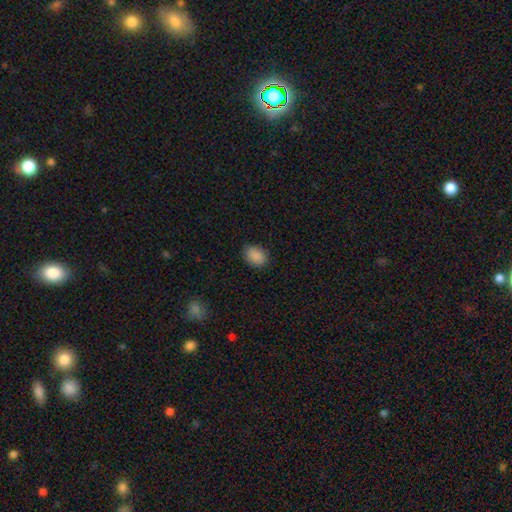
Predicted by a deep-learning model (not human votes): Overall: smooth (89%). How rounded: in between (63%; round 36%). Merging: none (86%).